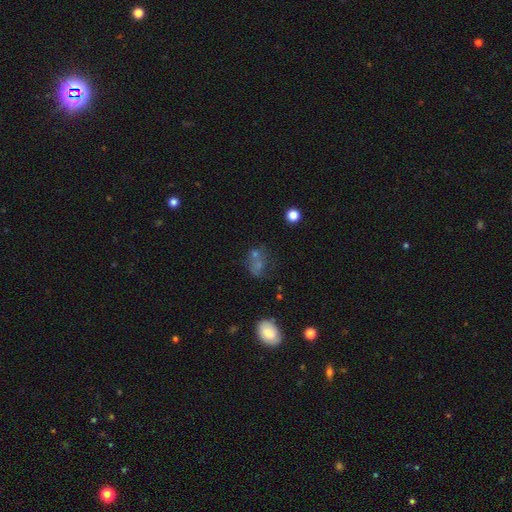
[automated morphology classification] This is possibly a smooth galaxy (52%). How rounded: possibly round (57%). Merging: possibly none (49%).